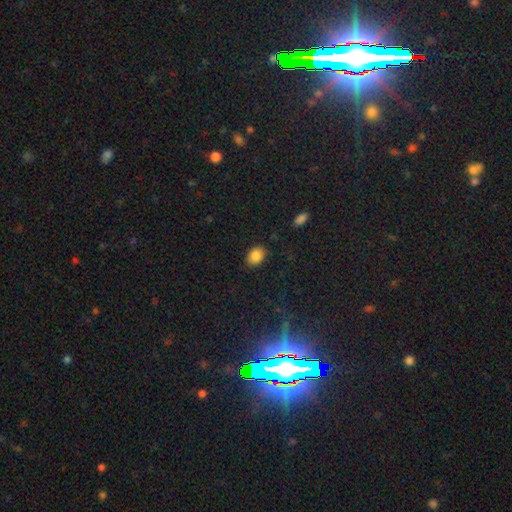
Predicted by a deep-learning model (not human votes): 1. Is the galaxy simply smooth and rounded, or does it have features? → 86% smooth, 9% star or artifact, 5% featured or disk.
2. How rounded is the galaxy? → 75% in between, 24% round, 1% cigar-shaped.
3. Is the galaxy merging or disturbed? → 85% none, 11% minor disturbance, 3% major disturbance, 1% merger.